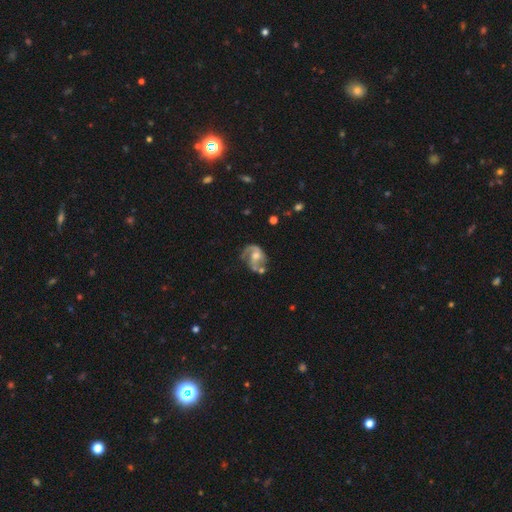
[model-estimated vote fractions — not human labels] A featured or disk galaxy (77%) with no bar (54%), 2 (67%) medium (47%) spiral arms (89%) and a moderate central bulge (61%).

Vote fractions:
- Smooth or featured? featured or disk: 77% / smooth: 16% / star or artifact: 7%
- Edge-on disk? no: 98% / yes: 2%
- Bar? no: 54% / weak: 37% / strong: 10%
- Spiral arms? yes: 89% / no: 11%
- Spiral winding? medium: 47% / loose: 35% / tight: 18%
- Spiral arm count? 2: 67% / 1: 19% / can't tell: 8% / 3: 3% / 4: 1% / more than 4: 1%
- Bulge size? moderate: 61% / small: 22% / large: 10% / none: 6% / dominant: 1%
- Merging? none: 42% / minor disturbance: 21% / major disturbance: 19% / merger: 17%